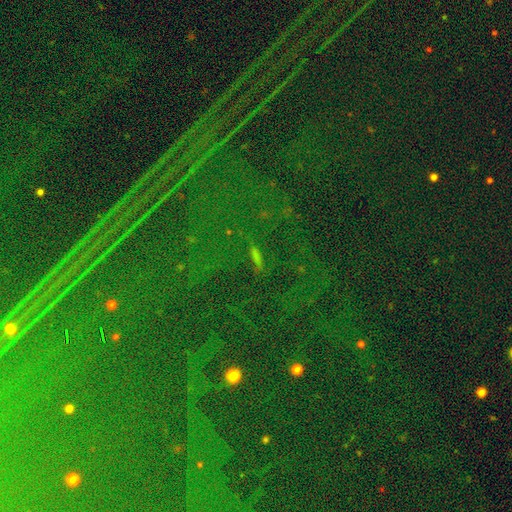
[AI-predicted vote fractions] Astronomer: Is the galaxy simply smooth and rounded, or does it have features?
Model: star or artifact — 80%.